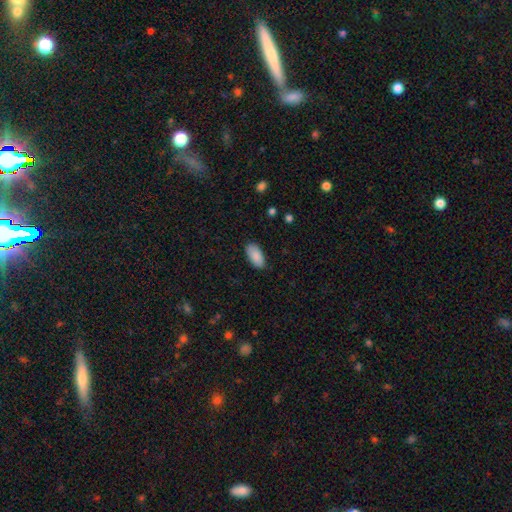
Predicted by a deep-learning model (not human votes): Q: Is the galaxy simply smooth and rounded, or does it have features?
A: smooth — 89%.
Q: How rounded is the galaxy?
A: in between — 93%.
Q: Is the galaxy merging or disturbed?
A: none — 86%.